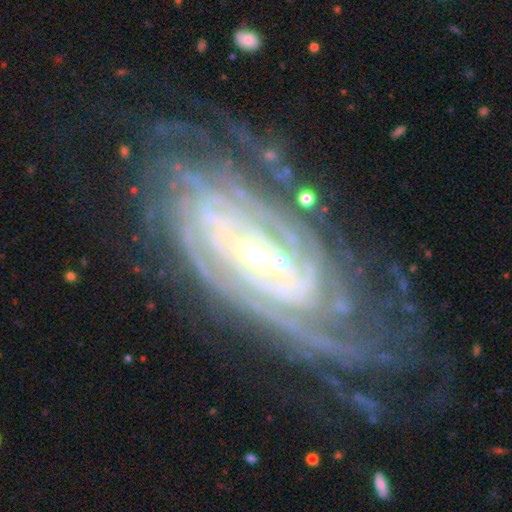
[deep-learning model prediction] This is clearly a featured or disk galaxy (91%). It is clearly not viewed edge-on (94%). Bar: marginally no (43%). Spiral arm pattern: clearly yes (98%). Spiral arm count: marginally can't tell (25%). Spiral winding: likely tight (77%). Central bulge: likely small (60%). Merging: likely none (70%).